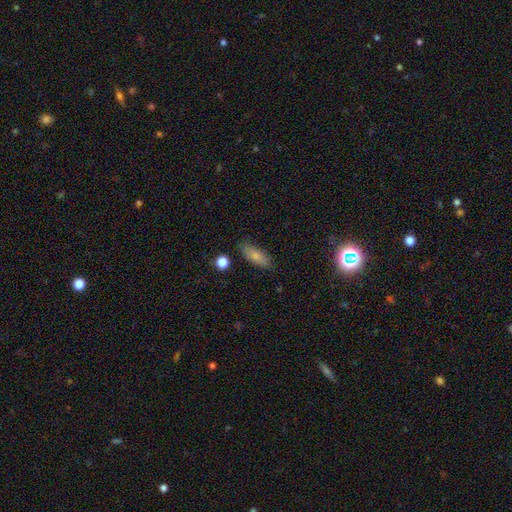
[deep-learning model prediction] This appears to be a smooth galaxy with no disk features (80%) that is in between round and cigar-shaped (73%). Merging: none (81%).